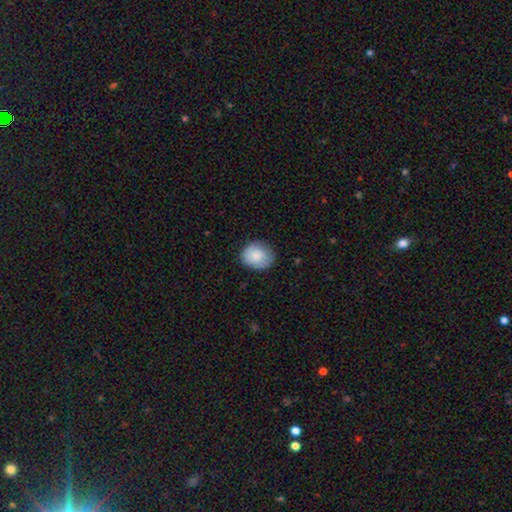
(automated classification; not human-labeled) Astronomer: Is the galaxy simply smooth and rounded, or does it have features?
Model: smooth — 81%.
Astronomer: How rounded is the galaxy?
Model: round — 64%.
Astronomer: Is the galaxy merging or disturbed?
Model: none — 78%.